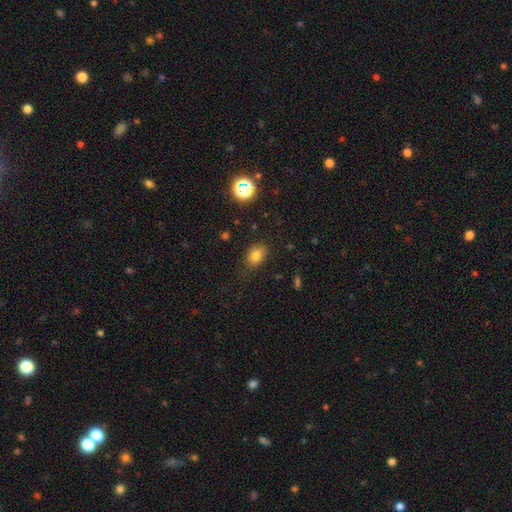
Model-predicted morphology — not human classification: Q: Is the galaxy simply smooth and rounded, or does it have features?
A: smooth — 78%.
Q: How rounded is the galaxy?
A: in between — 72%.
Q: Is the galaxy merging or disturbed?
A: none — 79%.